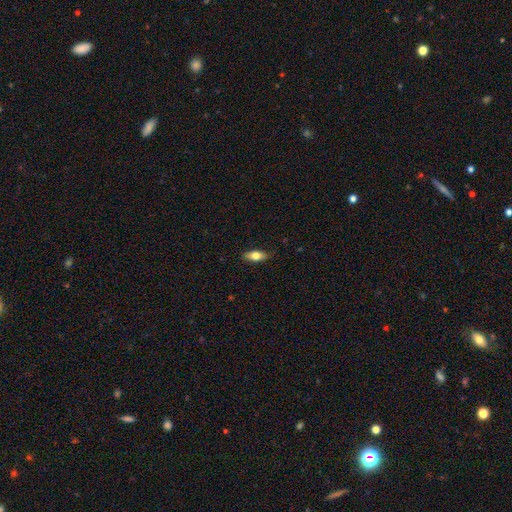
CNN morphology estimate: smooth-or-featured: smooth: 67% | featured or disk: 26% | star or artifact: 7%
  how-rounded: in between: 76% | cigar-shaped: 20% | round: 4%
  merging: none: 85% | minor disturbance: 12% | major disturbance: 2% | merger: 1%